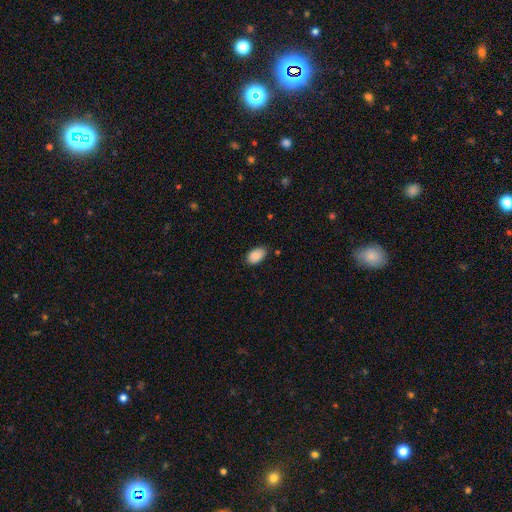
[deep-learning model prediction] This appears to be a smooth galaxy with no disk features (89%) that is in between round and cigar-shaped (93%). Merging: none (77%).